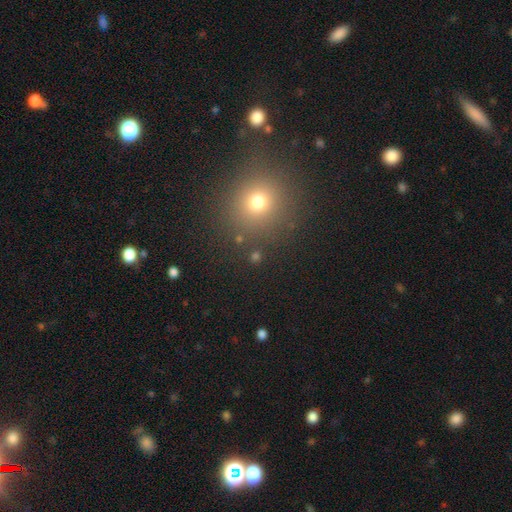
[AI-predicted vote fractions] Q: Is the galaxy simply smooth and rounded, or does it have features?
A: smooth — 60%.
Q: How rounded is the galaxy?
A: round — 87%.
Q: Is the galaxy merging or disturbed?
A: none — 85%.